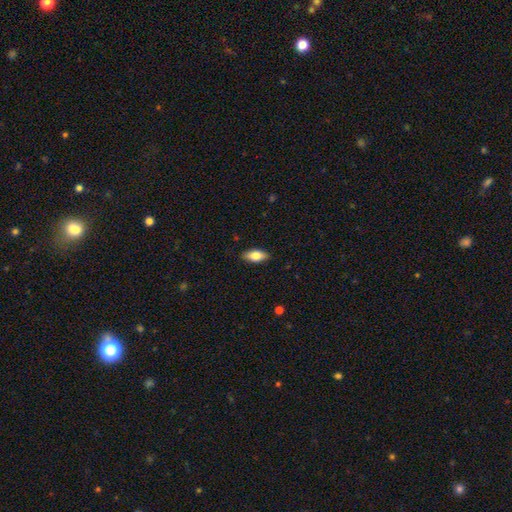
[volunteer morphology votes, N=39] Smooth or featured? smooth (85%)
How rounded? in between (82%)
Merging? none (89%)